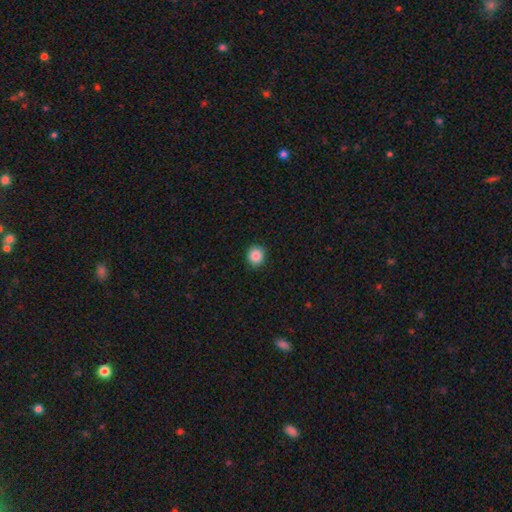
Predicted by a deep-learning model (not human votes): The model was most divided on "how rounded": round: 85%, in between: 14%, cigar-shaped: 1%. More confident: merging — none (91%); smooth or featured — smooth (87%).